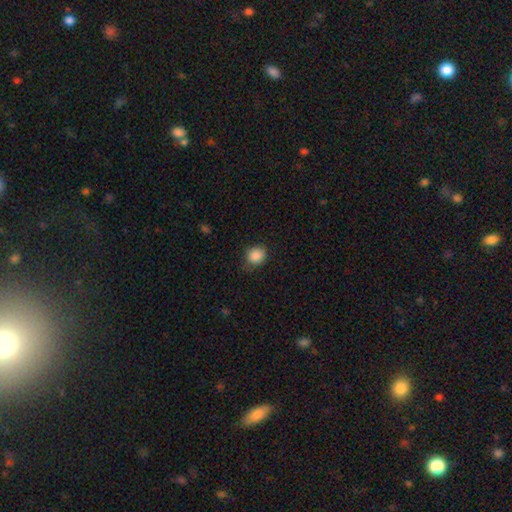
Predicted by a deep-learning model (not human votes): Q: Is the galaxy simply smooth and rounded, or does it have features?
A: smooth — 86%.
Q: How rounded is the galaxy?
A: round — 75%.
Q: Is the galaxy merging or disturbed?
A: none — 73%.